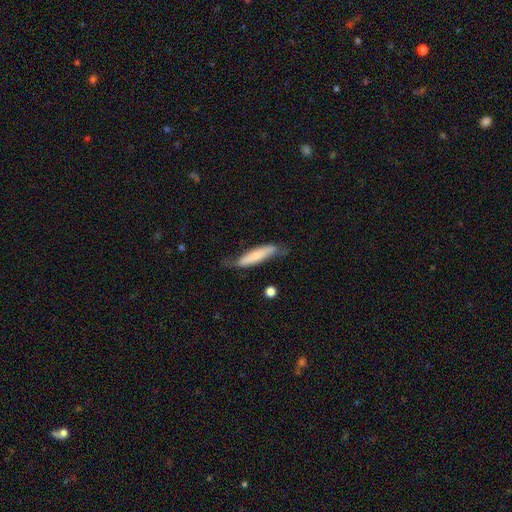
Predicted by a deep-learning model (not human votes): Overall: smooth (63%; featured or disk 31%). How rounded: cigar-shaped (75%). Merging: none (58%; minor disturbance 30%).